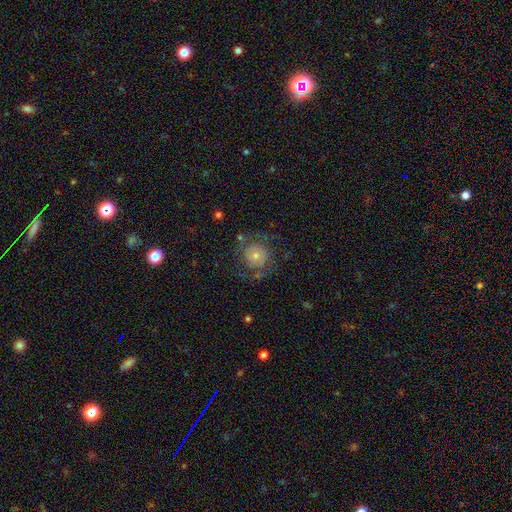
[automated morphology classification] A featured or disk galaxy (57%) with no bar (80%), spiral arms (71%) and a small central bulge (48%).

Vote fractions:
- Smooth or featured? featured or disk: 57% / smooth: 32% / star or artifact: 11%
- Edge-on disk? no: 97% / yes: 3%
- Bar? no: 80% / weak: 16% / strong: 4%
- Spiral arms? yes: 71% / no: 29%
- Bulge size? small: 48% / moderate: 43% / large: 5% / none: 2% / dominant: 2%
- Merging? none: 67% / minor disturbance: 16% / major disturbance: 15% / merger: 2%